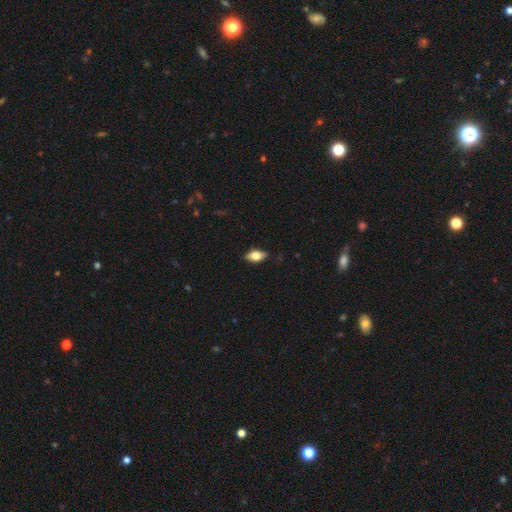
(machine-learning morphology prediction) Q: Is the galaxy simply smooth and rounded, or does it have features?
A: smooth — 74%.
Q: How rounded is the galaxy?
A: in between — 88%.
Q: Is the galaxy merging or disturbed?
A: none — 85%.